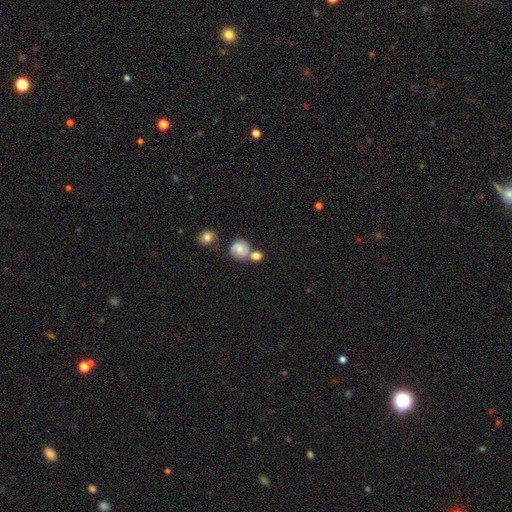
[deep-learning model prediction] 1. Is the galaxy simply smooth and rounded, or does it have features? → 61% smooth, 29% featured or disk, 10% star or artifact.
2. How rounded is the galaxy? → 78% round, 21% in between, 2% cigar-shaped.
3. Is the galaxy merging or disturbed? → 47% none, 35% merger, 13% minor disturbance, 5% major disturbance.